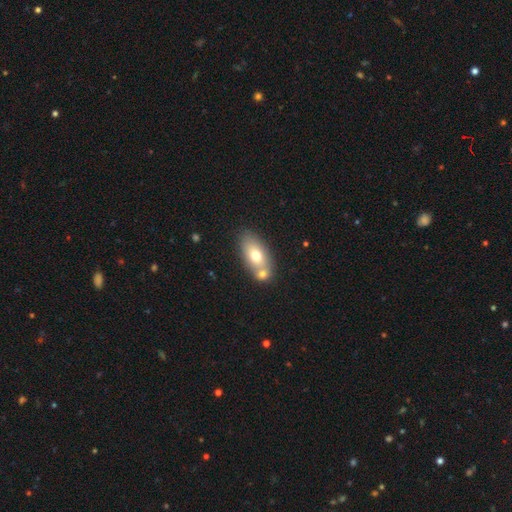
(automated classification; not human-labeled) This is likely a smooth galaxy (67%). How rounded: clearly in between (88%). Merging: possibly none (47%).